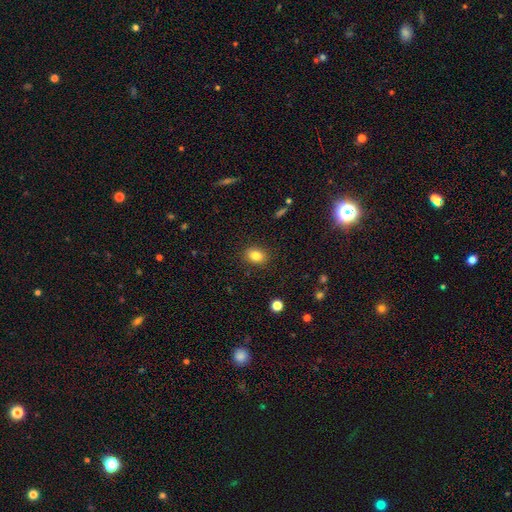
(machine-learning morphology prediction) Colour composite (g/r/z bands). It shows a smooth galaxy with no disk features (83%) that is in between round and cigar-shaped (64%). Merging: none (88%).